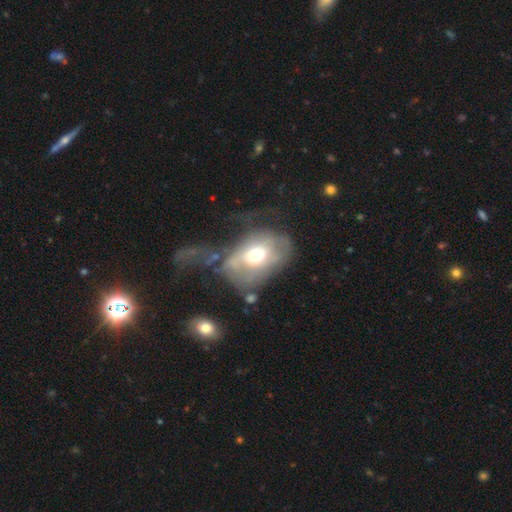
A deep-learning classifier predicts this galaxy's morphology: Smooth or featured? Predicted: featured or disk (p=0.48). Merging? Predicted: major disturbance (p=0.49).